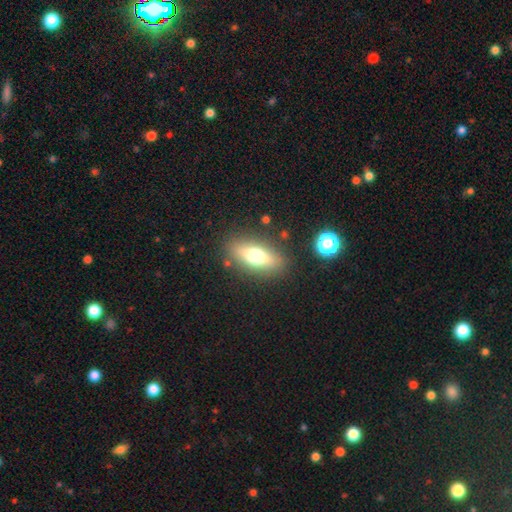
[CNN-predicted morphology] Q: Smooth or featured?
A: smooth (60%); runner-up: featured or disk (30%)
Q: How rounded?
A: in between (70%); runner-up: cigar-shaped (24%)
Q: Merging?
A: none (84%); runner-up: minor disturbance (10%)